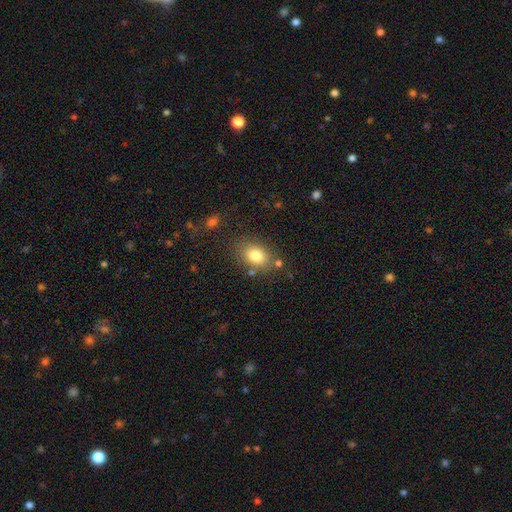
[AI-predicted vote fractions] Q: Smooth or featured?
A: smooth (80%); runner-up: star or artifact (10%)
Q: How rounded?
A: in between (72%); runner-up: round (27%)
Q: Merging?
A: none (75%); runner-up: minor disturbance (14%)